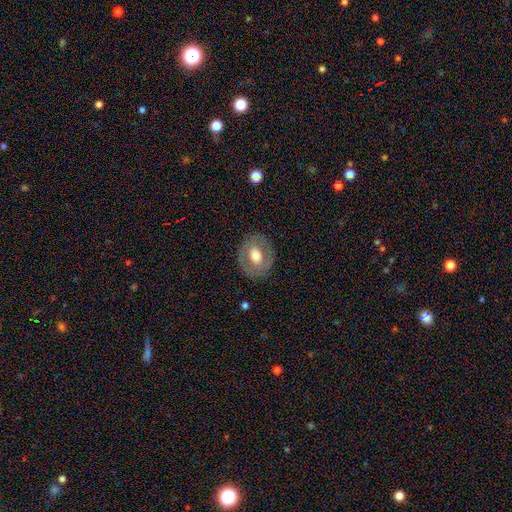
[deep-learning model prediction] This is possibly a smooth galaxy (50%). Merging: clearly none (82%).